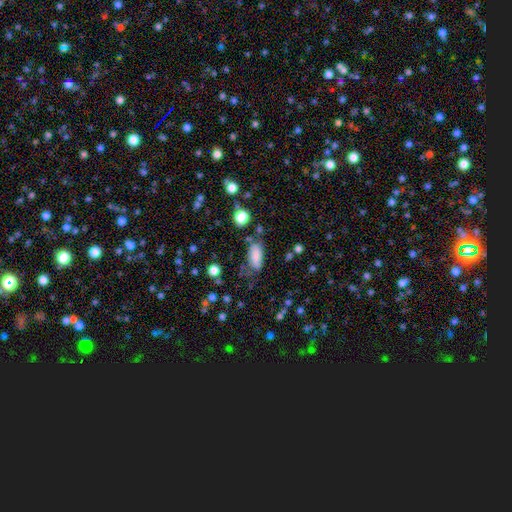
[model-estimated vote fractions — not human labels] Overall: smooth (80%). How rounded: in between (86%). Merging: none (57%; minor disturbance 26%).